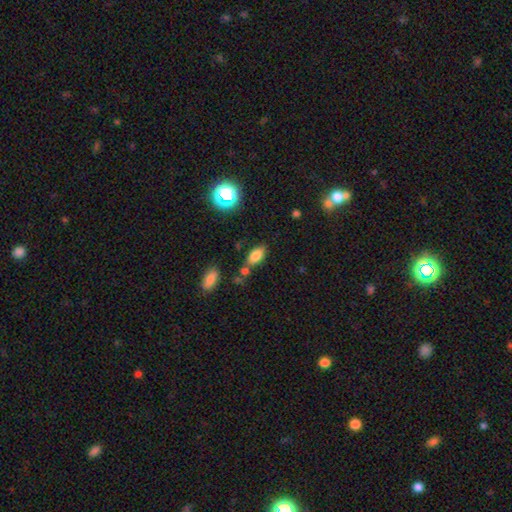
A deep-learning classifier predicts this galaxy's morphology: Q: Smooth or featured?
A: smooth (79%); runner-up: star or artifact (12%)
Q: How rounded?
A: in between (88%); runner-up: cigar-shaped (7%)
Q: Merging?
A: none (69%); runner-up: minor disturbance (14%)